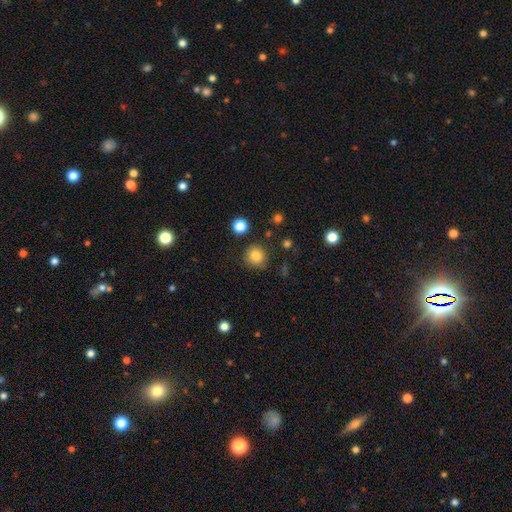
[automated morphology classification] Smooth or featured?
  - smooth: 84% *
  - star or artifact: 11%
  - featured or disk: 5%
How rounded?
  - round: 90% *
  - in between: 9%
  - cigar-shaped: 1%
Merging?
  - none: 84% *
  - minor disturbance: 10%
  - major disturbance: 3%
  - merger: 3%